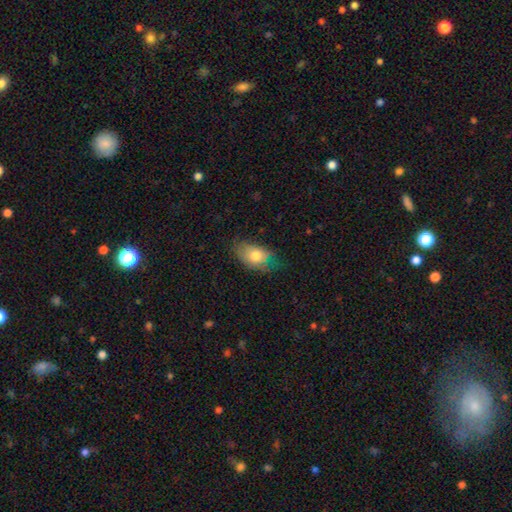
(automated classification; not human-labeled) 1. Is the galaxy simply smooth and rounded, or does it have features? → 73% smooth, 19% featured or disk, 7% star or artifact.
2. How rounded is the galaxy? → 89% in between, 10% round, 2% cigar-shaped.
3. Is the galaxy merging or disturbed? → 56% none, 32% minor disturbance, 11% major disturbance, 1% merger.